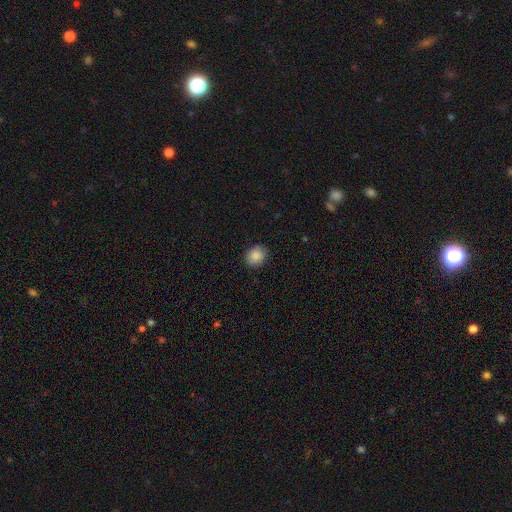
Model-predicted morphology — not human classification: smooth 88%, star or artifact 9%, featured or disk 3%. Down the decision tree: how rounded — round (71%); merging — none (89%).